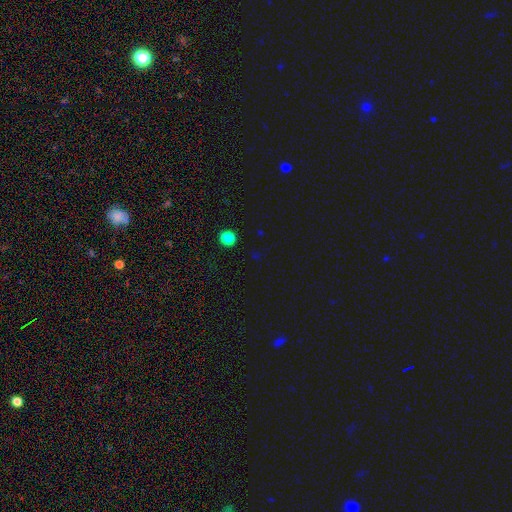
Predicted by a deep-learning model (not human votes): Smooth or featured? Predicted: smooth (p=0.68). How rounded? Predicted: round (p=0.91). Merging? Predicted: none (p=0.92).